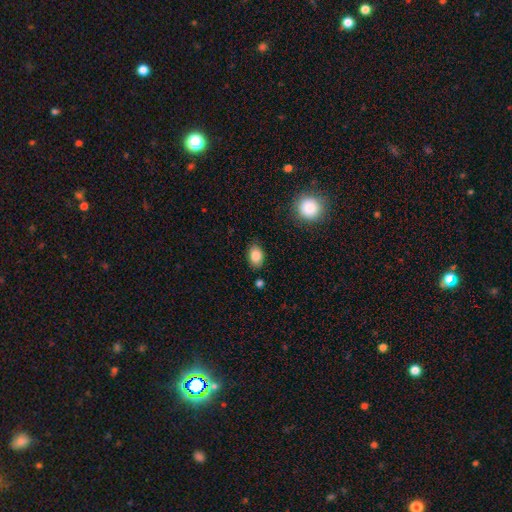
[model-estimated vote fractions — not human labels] Smooth or featured: smooth — 85% (star or artifact — 9%)
How rounded: in between — 82% (round — 17%)
Merging: none — 82% (minor disturbance — 12%)